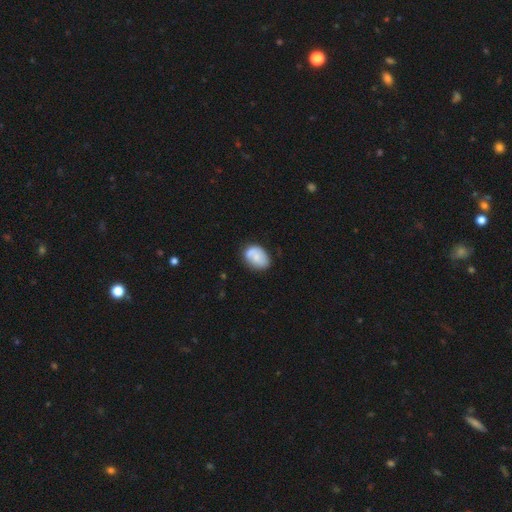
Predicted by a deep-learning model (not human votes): Smooth or featured: smooth — 64% (featured or disk — 29%)
How rounded: in between — 77% (round — 22%)
Merging: none — 62% (minor disturbance — 25%)